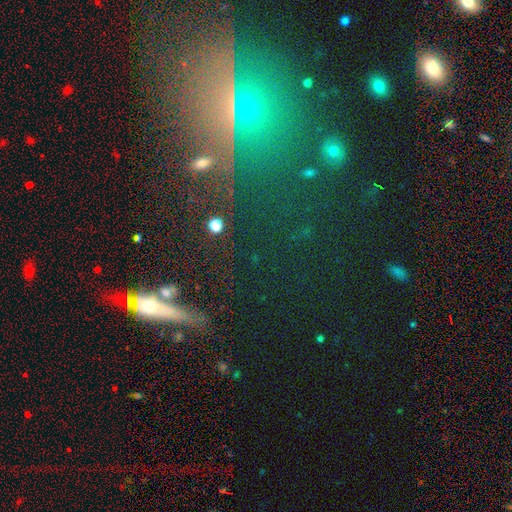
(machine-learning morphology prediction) Q: Smooth or featured?
A: star or artifact (48%); runner-up: featured or disk (29%)